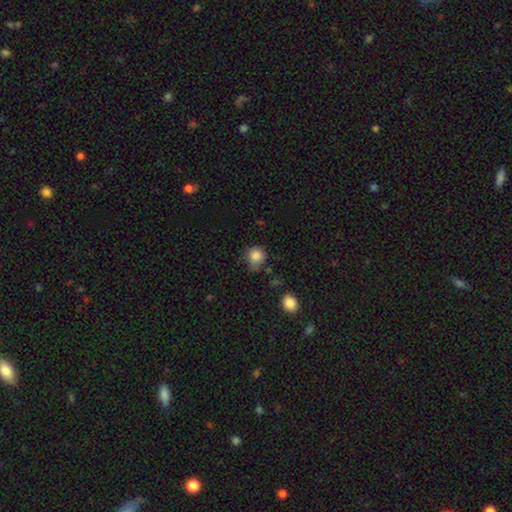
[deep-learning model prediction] Overall: smooth (84%). How rounded: round (84%). Merging: none (57%; minor disturbance 30%).